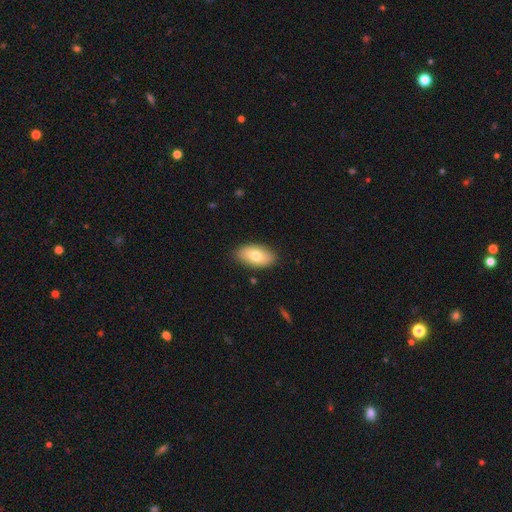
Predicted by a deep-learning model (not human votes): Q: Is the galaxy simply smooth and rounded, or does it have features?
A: smooth — 74%.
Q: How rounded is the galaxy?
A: in between — 93%.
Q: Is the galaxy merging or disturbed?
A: none — 87%.